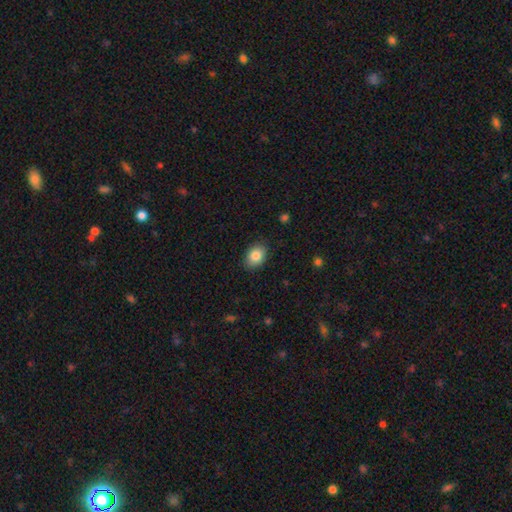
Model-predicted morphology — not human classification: Smooth or featured? smooth (85%)
How rounded? in between (72%)
Merging? none (86%)